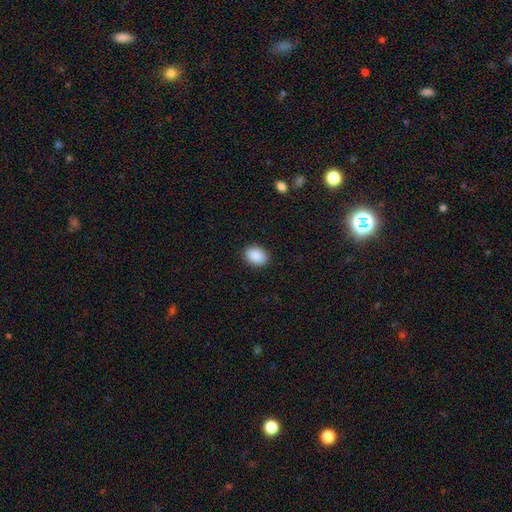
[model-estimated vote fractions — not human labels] Smooth or featured? smooth (90%)
How rounded? in between (73%)
Merging? none (90%)